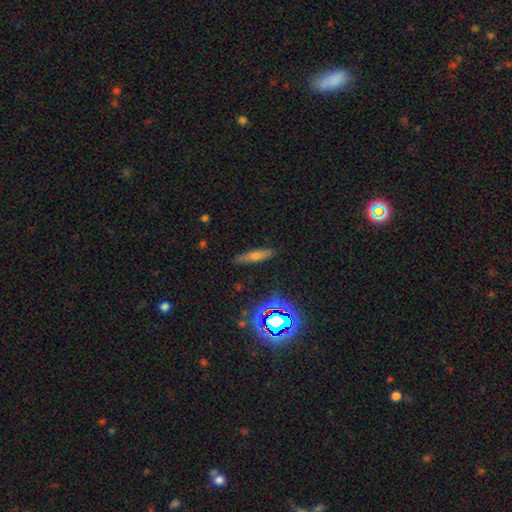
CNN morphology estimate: Q: Smooth or featured?
A: smooth (52%); runner-up: featured or disk (28%)
Q: How rounded?
A: cigar-shaped (72%); runner-up: in between (24%)
Q: Merging?
A: none (85%); runner-up: minor disturbance (11%)